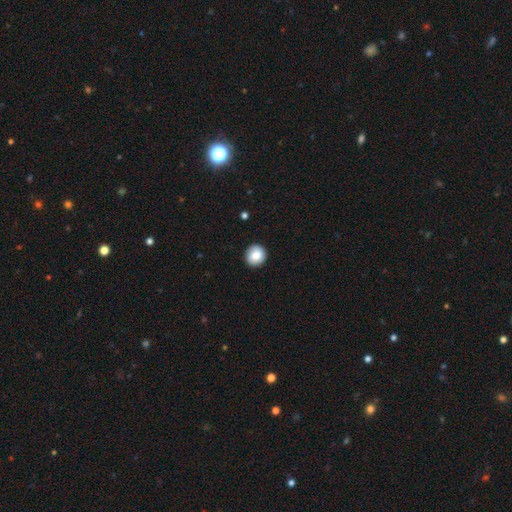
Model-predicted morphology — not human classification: Smooth or featured? smooth (82%)
How rounded? round (91%)
Merging? none (90%)